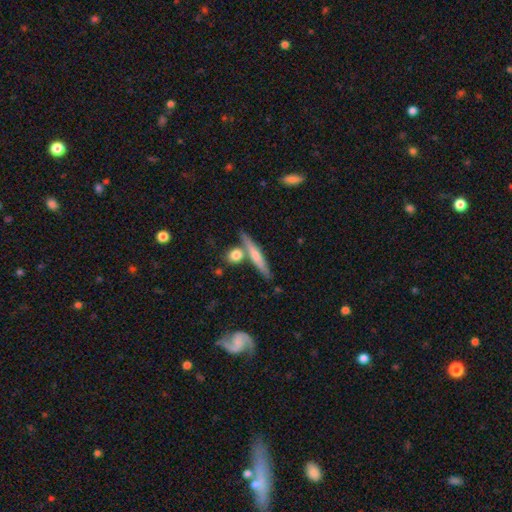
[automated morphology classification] The model was most divided on "smooth or featured": smooth: 55%, featured or disk: 39%, star or artifact: 6%. More confident: how rounded — cigar-shaped (87%); merging — none (69%).